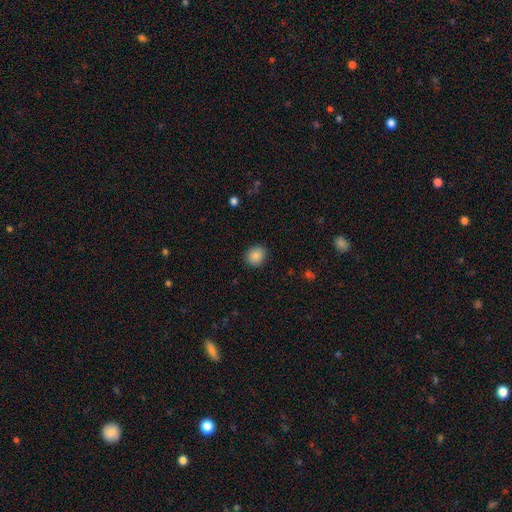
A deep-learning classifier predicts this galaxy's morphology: The model was most divided on "how rounded": round: 77%, in between: 22%, cigar-shaped: 1%. More confident: merging — none (90%); smooth or featured — smooth (88%).